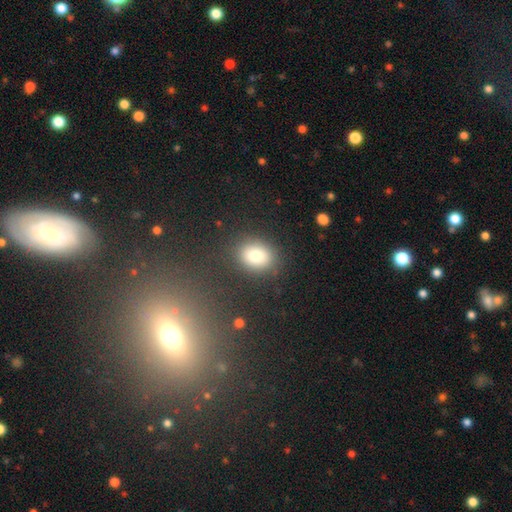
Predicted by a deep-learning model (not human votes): This is clearly a smooth galaxy (80%). How rounded: possibly in between (53%). Merging: clearly none (82%).